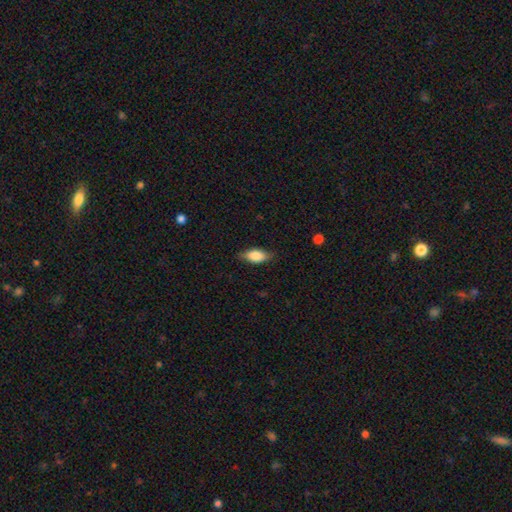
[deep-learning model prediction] smooth 78%, featured or disk 16%, star or artifact 7%. Down the decision tree: how rounded — in between (85%); merging — none (80%).